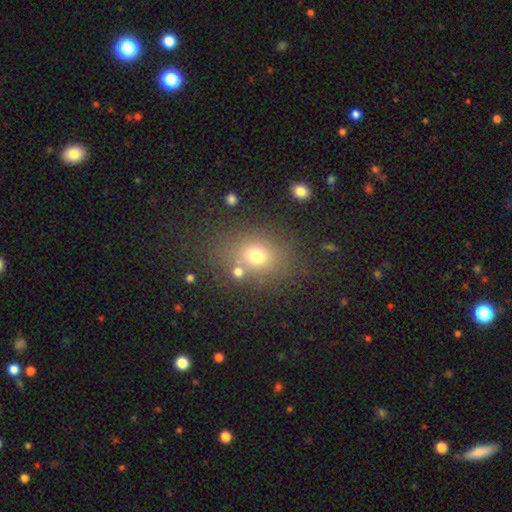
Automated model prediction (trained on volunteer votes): Overall: smooth (69%). How rounded: round (57%; in between 42%). Merging: none (71%).